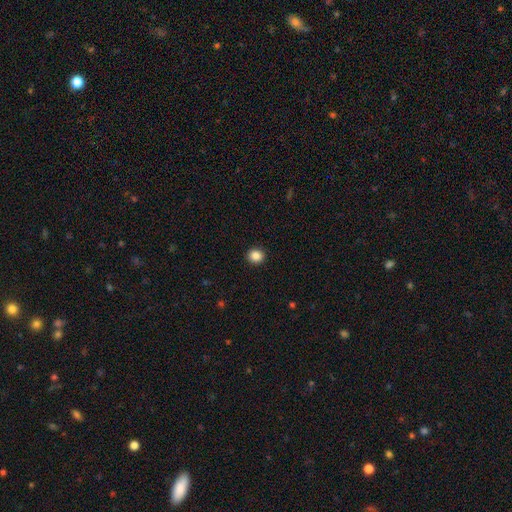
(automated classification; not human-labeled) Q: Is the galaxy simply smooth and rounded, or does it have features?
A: smooth — 87%.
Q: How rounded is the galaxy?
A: round — 86%.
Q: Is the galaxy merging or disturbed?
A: none — 93%.